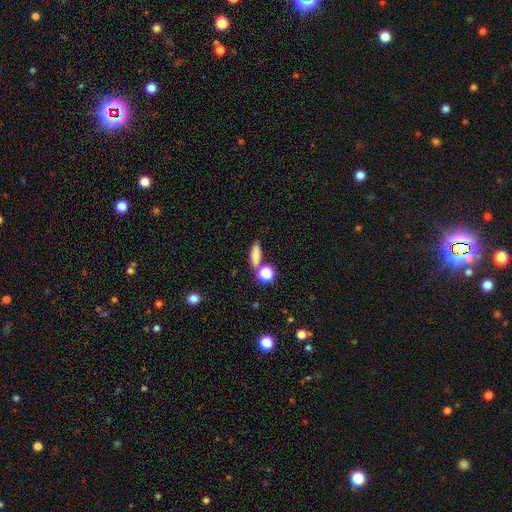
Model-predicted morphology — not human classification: Smooth or featured: smooth — 77% (star or artifact — 12%)
How rounded: in between — 48% (cigar-shaped — 39%)
Merging: none — 68% (merger — 16%)